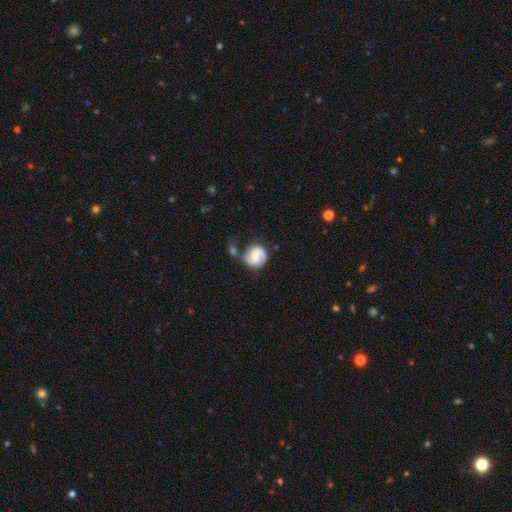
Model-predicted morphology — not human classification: featured or disk 70%, smooth 24%, star or artifact 6%. Down the decision tree: edge-on disk — no (98%); bar — weak (48%); spiral arms — yes (93%); spiral arm count — 2 (84%); spiral winding — medium (46%); bulge size — moderate (50%); merging — none (54%).